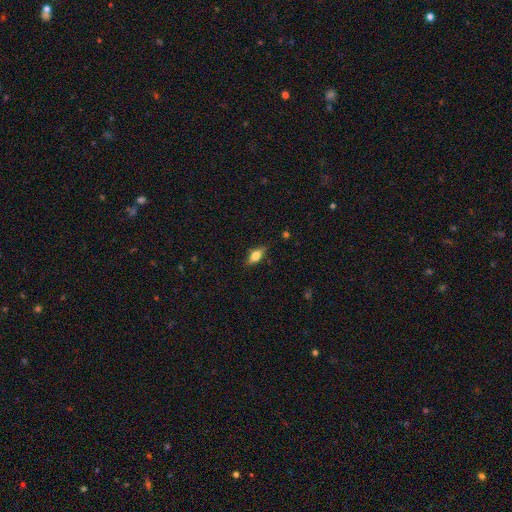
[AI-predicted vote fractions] smooth-or-featured: smooth: 67% | featured or disk: 26% | star or artifact: 8%
  how-rounded: in between: 77% | cigar-shaped: 19% | round: 4%
  merging: none: 84% | minor disturbance: 12% | major disturbance: 3% | merger: 1%